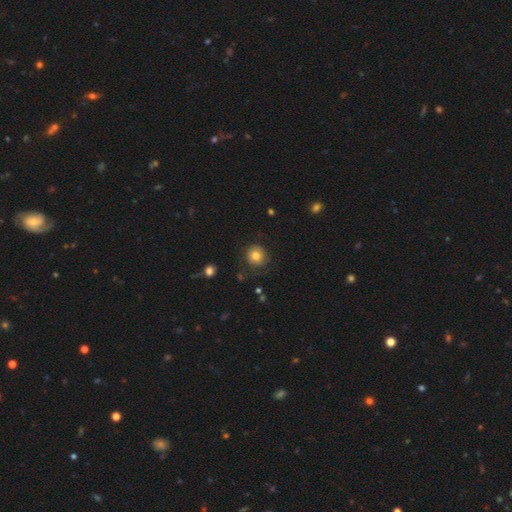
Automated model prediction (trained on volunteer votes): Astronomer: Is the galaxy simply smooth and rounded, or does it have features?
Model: smooth — 78%.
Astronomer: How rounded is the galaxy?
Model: round — 90%.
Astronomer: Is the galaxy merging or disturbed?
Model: none — 78%.